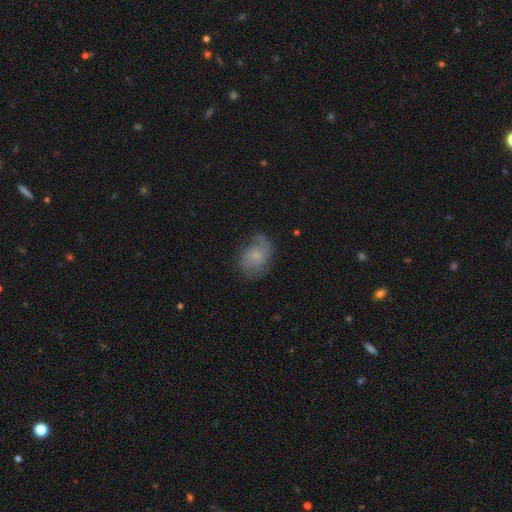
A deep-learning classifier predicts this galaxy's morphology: Overall: featured or disk (57%; smooth 34%). Edge-on disk: no (97%). Bar: no (72%). Spiral arms: yes (85%). Bulge size: small (66%). Merging: none (63%; minor disturbance 24%).